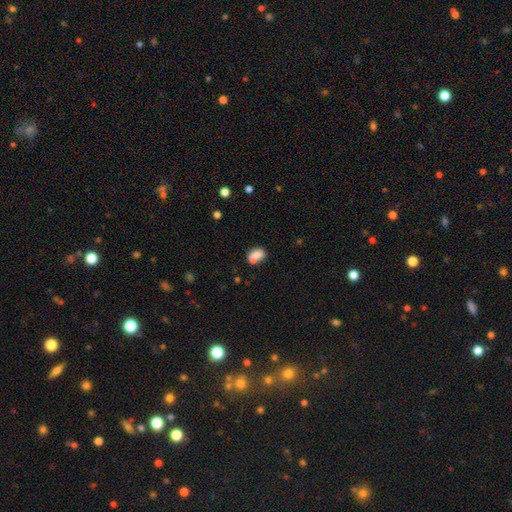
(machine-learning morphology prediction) A smooth galaxy with no disk features (75%) that is in between round and cigar-shaped (72%).

Vote fractions:
- Smooth or featured? smooth: 75% / featured or disk: 16% / star or artifact: 9%
- How rounded? in between: 72% / round: 27% / cigar-shaped: 2%
- Merging? merger: 41% / none: 36% / minor disturbance: 16% / major disturbance: 7%